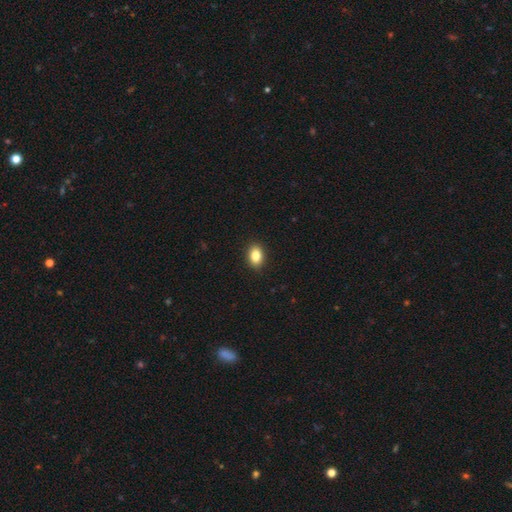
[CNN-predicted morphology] The model was most divided on "how rounded": in between: 78%, round: 20%, cigar-shaped: 1%. More confident: merging — none (90%); smooth or featured — smooth (85%).